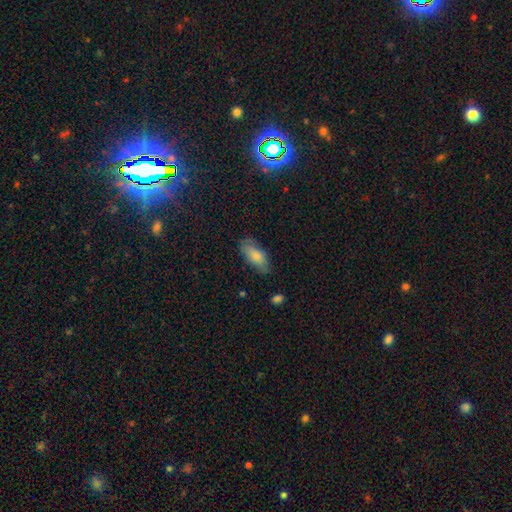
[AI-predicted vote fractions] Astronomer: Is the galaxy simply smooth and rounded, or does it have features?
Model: smooth — 79%.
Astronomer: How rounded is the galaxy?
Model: in between — 86%.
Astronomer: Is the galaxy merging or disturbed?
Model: none — 73%.